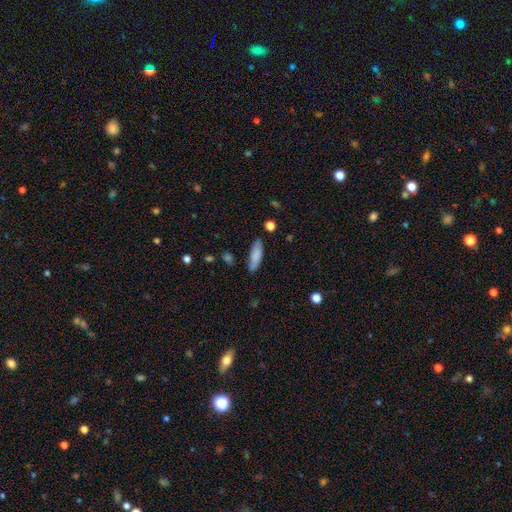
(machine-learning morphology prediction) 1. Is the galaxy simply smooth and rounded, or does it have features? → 84% smooth, 9% featured or disk, 6% star or artifact.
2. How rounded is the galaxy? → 52% in between, 47% cigar-shaped, 2% round.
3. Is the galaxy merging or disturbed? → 79% none, 15% minor disturbance, 3% major disturbance, 3% merger.